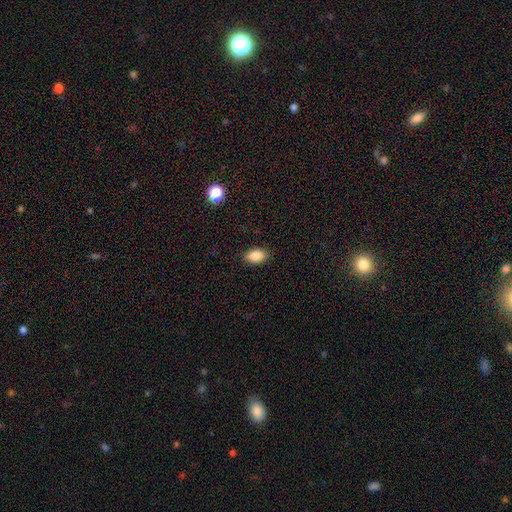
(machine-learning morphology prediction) smooth 87%, star or artifact 8%, featured or disk 5%. Down the decision tree: how rounded — in between (90%); merging — none (87%).